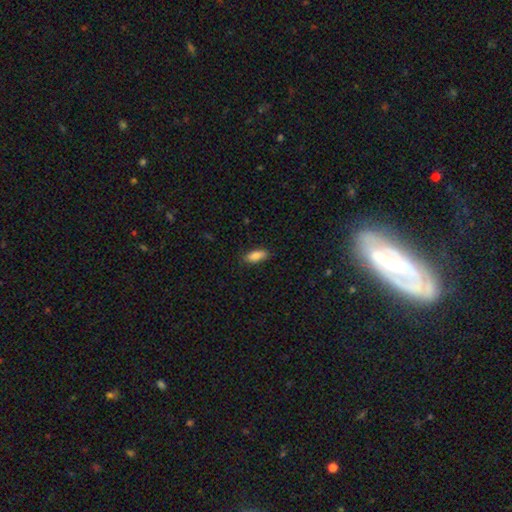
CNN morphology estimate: Smooth or featured? Predicted: smooth (p=0.86). How rounded? Predicted: in between (p=0.81). Merging? Predicted: none (p=0.84).